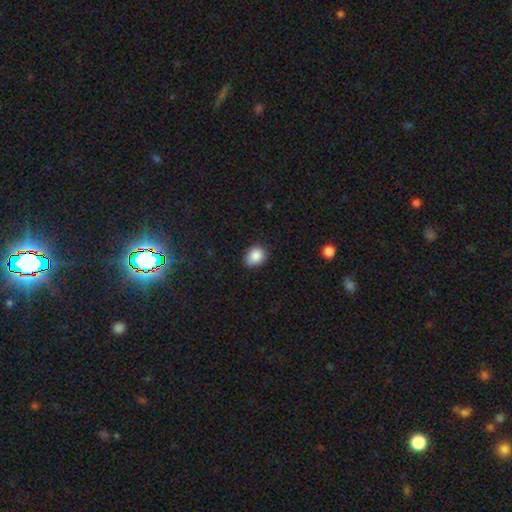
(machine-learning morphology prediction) type=smooth (87%); roundness=in between (50%); merging=none (77%).